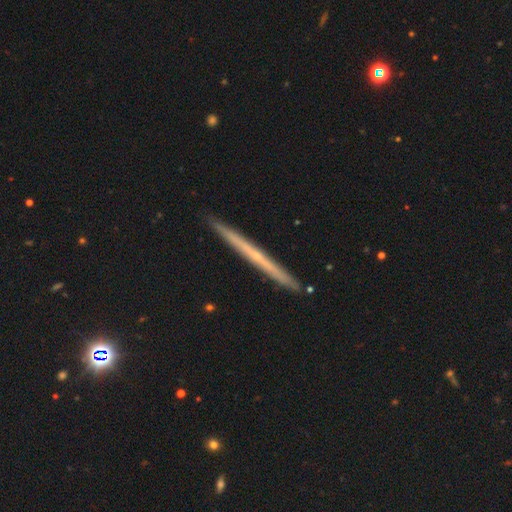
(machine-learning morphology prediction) Smooth or featured? Predicted: featured or disk (p=0.60). Edge-on disk? Predicted: yes (p=0.97). Edge-on bulge? Predicted: none (p=0.81). Merging? Predicted: none (p=0.92).